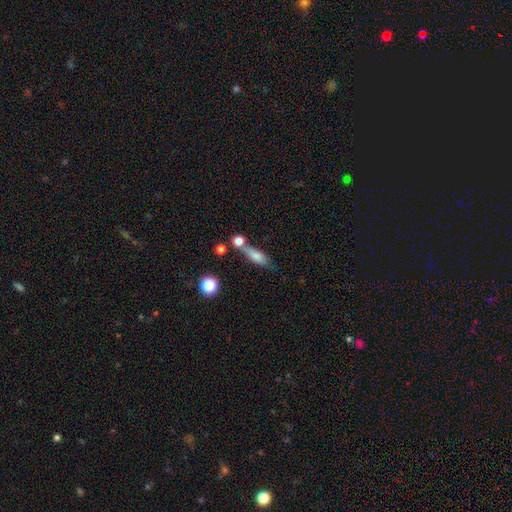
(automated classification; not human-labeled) The model was most divided on "merging": none: 45%, merger: 32%, minor disturbance: 16%, major disturbance: 7%. More confident: smooth or featured — smooth (73%); how rounded — in between (56%).